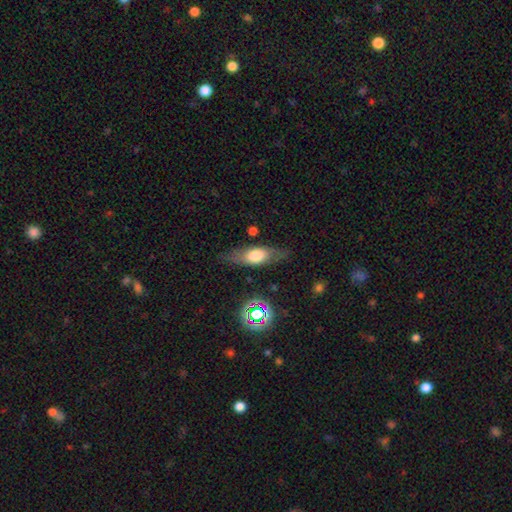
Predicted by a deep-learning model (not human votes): Smooth or featured?
  - smooth: 55% *
  - featured or disk: 37%
  - star or artifact: 8%
How rounded?
  - in between: 62% *
  - cigar-shaped: 33%
  - round: 6%
Merging?
  - none: 76% *
  - minor disturbance: 16%
  - major disturbance: 5%
  - merger: 2%